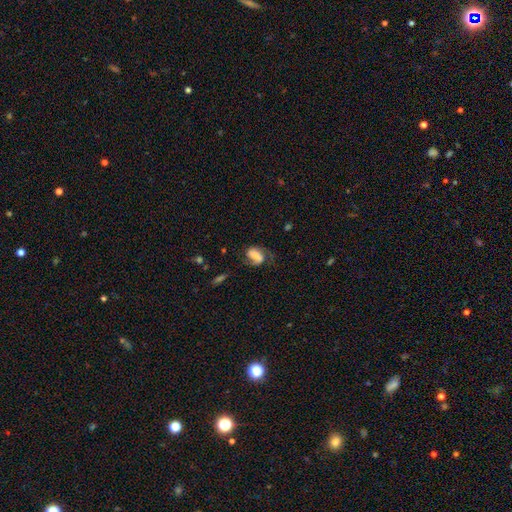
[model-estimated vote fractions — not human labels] smooth_or_featured: featured or disk (p=0.55) [alt: smooth p=0.37]
disk_edge_on: no (p=0.96) [alt: yes p=0.04]
bar: weak (p=0.36) [alt: no p=0.34]
has_spiral_arms: yes (p=0.86) [alt: no p=0.14]
bulge_size: small (p=0.34) [alt: moderate p=0.31]
merging: none (p=0.50) [alt: minor disturbance p=0.25]